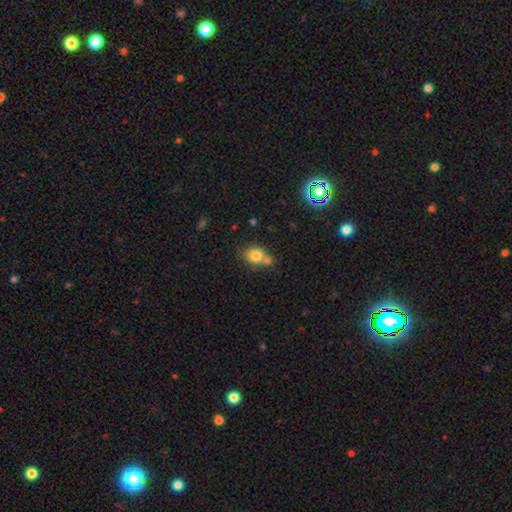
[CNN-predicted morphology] This appears to be a smooth galaxy with no disk features (79%) that is round (60%). Merging: none (47%).